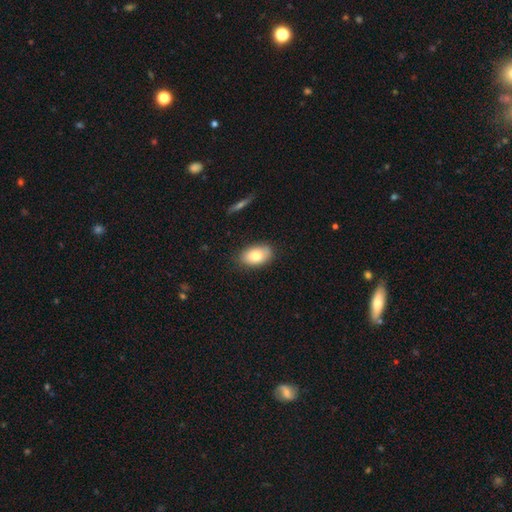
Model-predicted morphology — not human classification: Smooth or featured? smooth (80%)
How rounded? in between (91%)
Merging? none (81%)